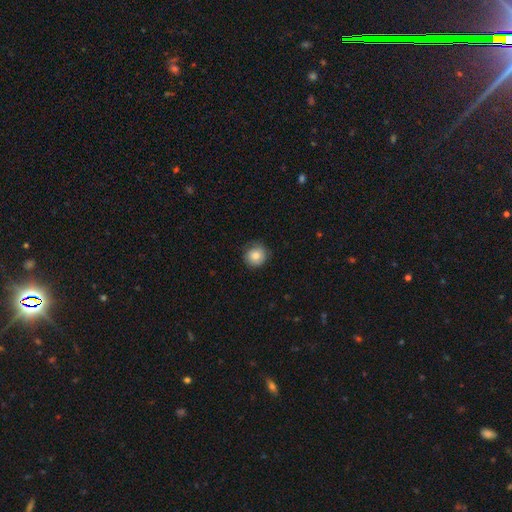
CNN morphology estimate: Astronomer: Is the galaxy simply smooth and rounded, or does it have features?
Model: smooth — 82%.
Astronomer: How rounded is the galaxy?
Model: round — 92%.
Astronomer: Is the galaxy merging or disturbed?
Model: none — 81%.